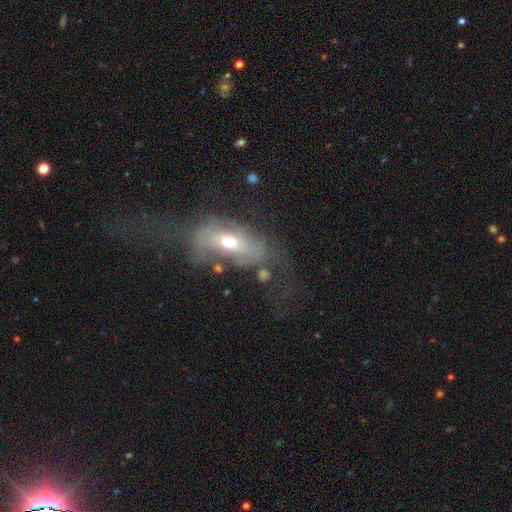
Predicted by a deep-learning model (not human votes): This appears to be a featured or disk galaxy (44%). Merging: major disturbance (56%).